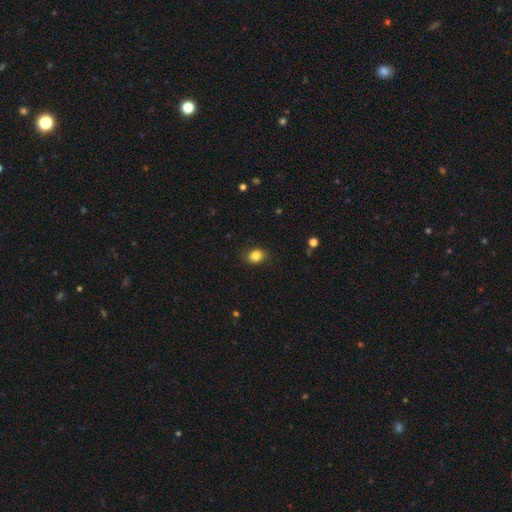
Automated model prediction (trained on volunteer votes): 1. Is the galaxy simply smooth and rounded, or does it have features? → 85% smooth, 10% star or artifact, 5% featured or disk.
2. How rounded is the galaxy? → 52% in between, 47% round, 1% cigar-shaped.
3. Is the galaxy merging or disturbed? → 85% none, 12% minor disturbance, 3% major disturbance, 1% merger.